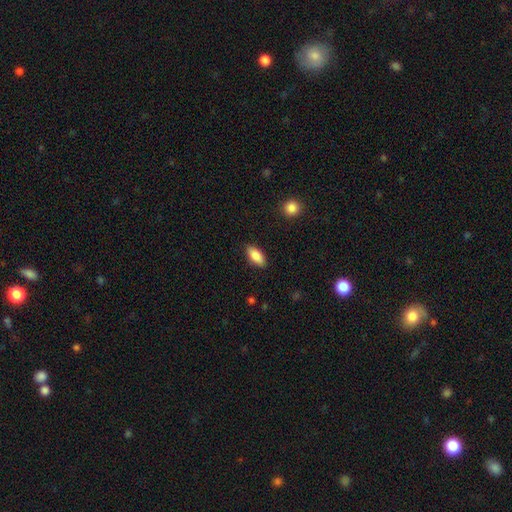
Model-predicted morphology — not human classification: The model was most divided on "smooth or featured": smooth: 85%, featured or disk: 8%, star or artifact: 7%. More confident: merging — none (88%); how rounded — in between (88%).